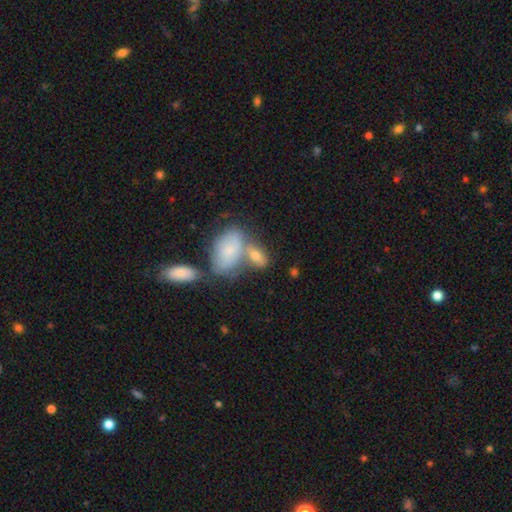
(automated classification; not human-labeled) smooth-or-featured: smooth: 68% | featured or disk: 24% | star or artifact: 8%
  how-rounded: in between: 87% | round: 9% | cigar-shaped: 4%
  merging: merger: 43% | none: 37% | minor disturbance: 14% | major disturbance: 6%